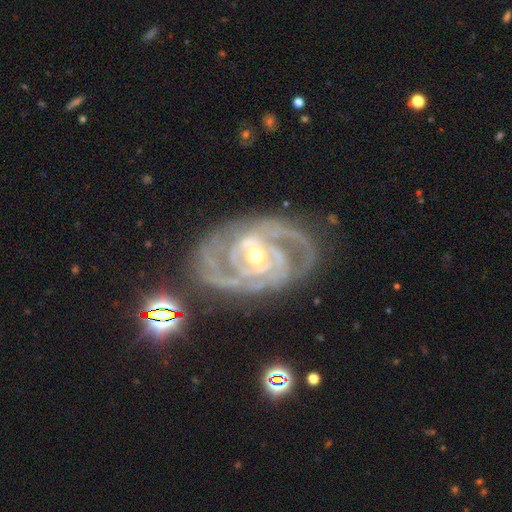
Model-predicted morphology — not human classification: Smooth or featured? featured or disk (92%)
Edge-on disk? no (97%)
Bar? no (40%)
Spiral arms? yes (98%)
Spiral winding? tight (66%)
Spiral arm count? 2 (37%)
Bulge size? moderate (58%)
Merging? none (75%)